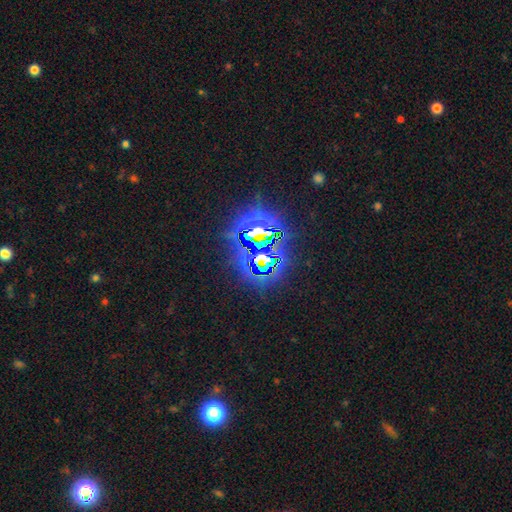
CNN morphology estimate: This is clearly a star or artifact rather than a galaxy (82%).